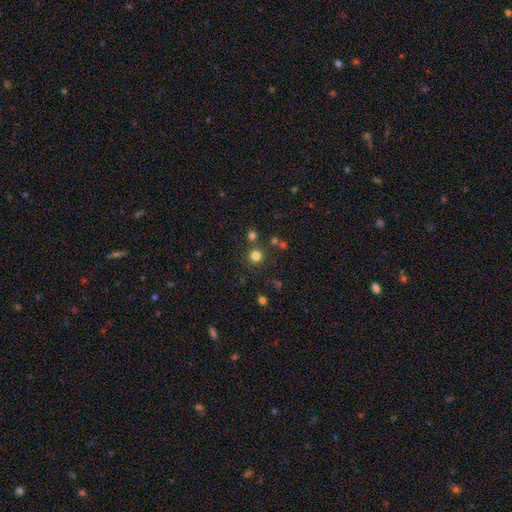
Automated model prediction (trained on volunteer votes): A smooth galaxy with no disk features (78%) that is round (94%).

Vote fractions:
- Smooth or featured? smooth: 78% / star or artifact: 17% / featured or disk: 5%
- How rounded? round: 94% / in between: 5% / cigar-shaped: 1%
- Merging? none: 82% / merger: 9% / minor disturbance: 6% / major disturbance: 3%